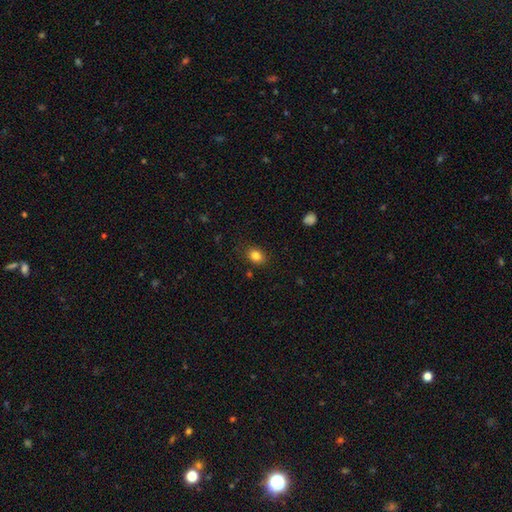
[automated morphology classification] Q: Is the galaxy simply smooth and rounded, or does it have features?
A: smooth — 83%.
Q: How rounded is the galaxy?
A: in between — 63%.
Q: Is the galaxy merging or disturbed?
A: none — 83%.